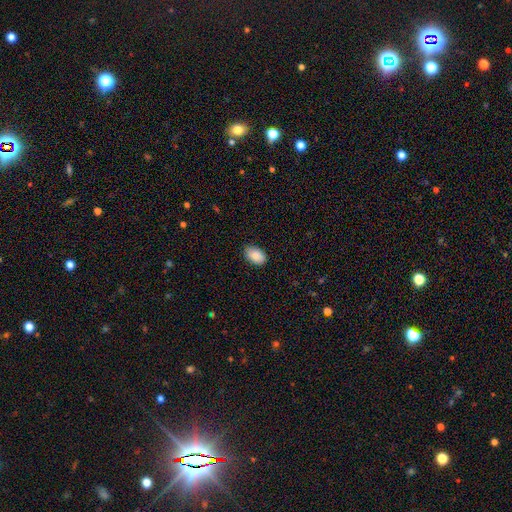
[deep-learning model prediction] Smooth or featured: smooth — 87% (star or artifact — 7%)
How rounded: in between — 90% (round — 9%)
Merging: none — 84% (minor disturbance — 13%)